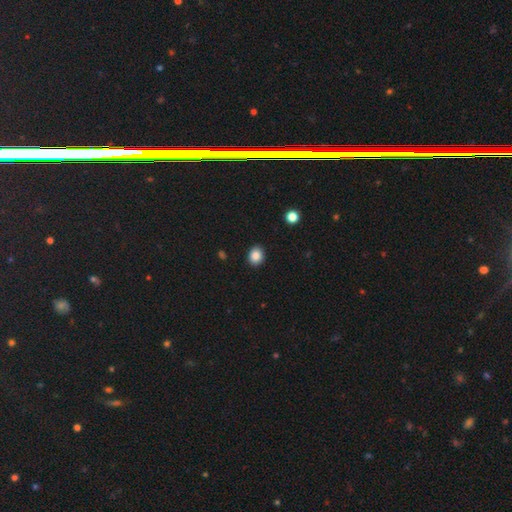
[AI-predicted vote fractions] Morphology: type=smooth (86%); roundness=round (65%); merging=none (91%).